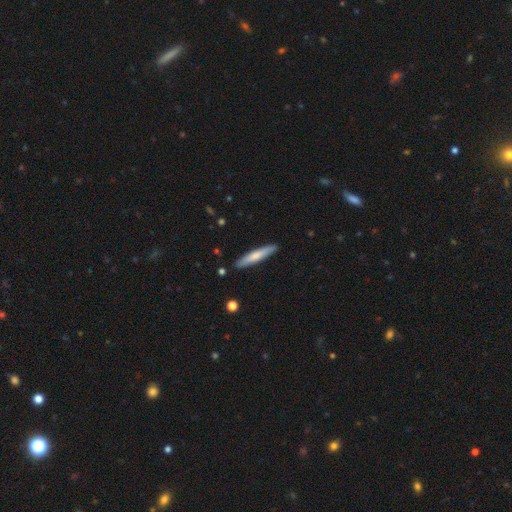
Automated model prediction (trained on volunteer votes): smooth-or-featured: smooth: 68% | featured or disk: 27% | star or artifact: 5%
  how-rounded: cigar-shaped: 91% | in between: 8% | round: 1%
  merging: none: 89% | minor disturbance: 8% | major disturbance: 1% | merger: 1%